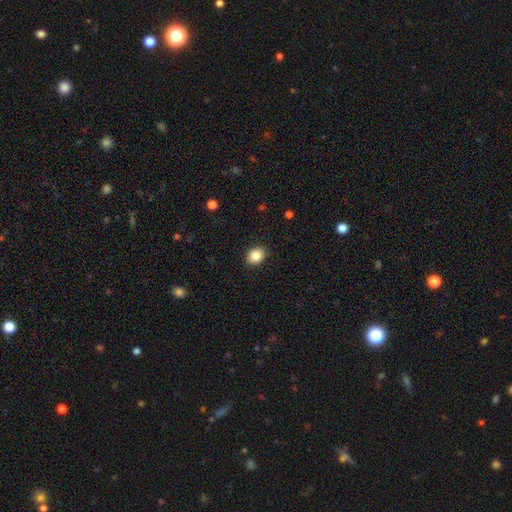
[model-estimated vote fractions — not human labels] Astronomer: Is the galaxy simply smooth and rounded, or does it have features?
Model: smooth — 86%.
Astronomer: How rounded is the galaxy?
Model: round — 54% (runner-up: in between, 46%).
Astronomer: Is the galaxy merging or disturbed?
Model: none — 90%.